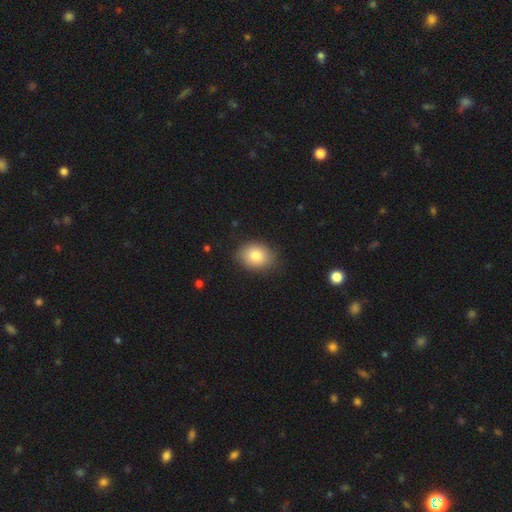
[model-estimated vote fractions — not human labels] smooth_or_featured: smooth (p=0.82) [alt: featured or disk p=0.09]
how_rounded: in between (p=0.61) [alt: round p=0.38]
merging: none (p=0.83) [alt: minor disturbance p=0.13]